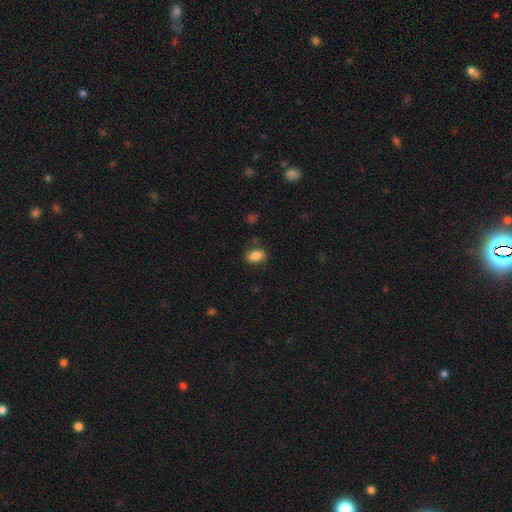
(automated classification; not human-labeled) smooth_or_featured: smooth (p=0.85) [alt: star or artifact p=0.09]
how_rounded: in between (p=0.83) [alt: round p=0.16]
merging: none (p=0.81) [alt: minor disturbance p=0.12]